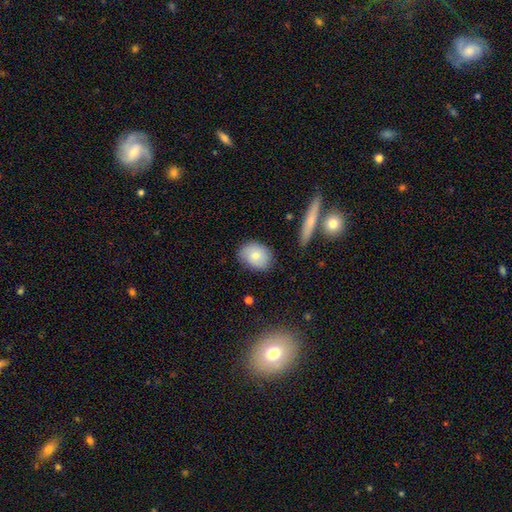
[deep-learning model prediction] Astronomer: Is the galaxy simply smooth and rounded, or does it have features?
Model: smooth — 78%.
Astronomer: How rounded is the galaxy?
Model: in between — 60% (runner-up: round, 39%).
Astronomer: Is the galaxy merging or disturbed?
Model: none — 81%.